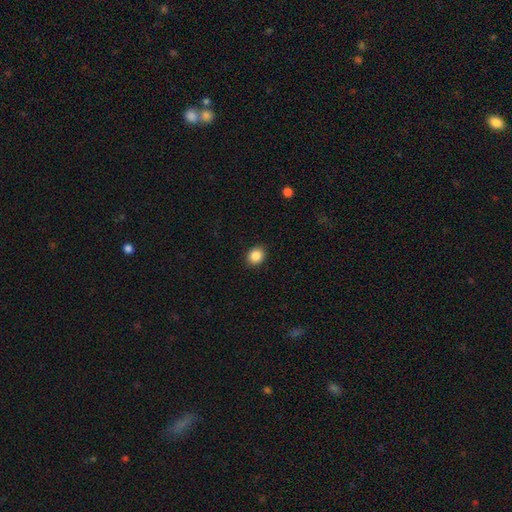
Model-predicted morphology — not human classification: Overall: smooth (87%). How rounded: round (66%; in between 33%). Merging: none (90%).